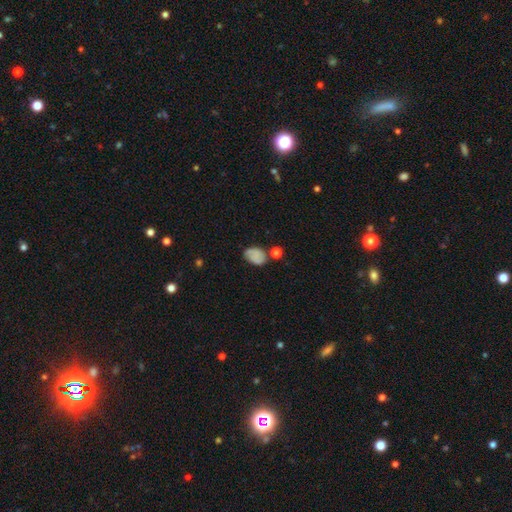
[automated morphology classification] Smooth or featured?
  - smooth: 69% *
  - featured or disk: 19%
  - star or artifact: 11%
How rounded?
  - in between: 77% *
  - round: 21%
  - cigar-shaped: 1%
Merging?
  - none: 54% *
  - minor disturbance: 25%
  - merger: 13%
  - major disturbance: 9%